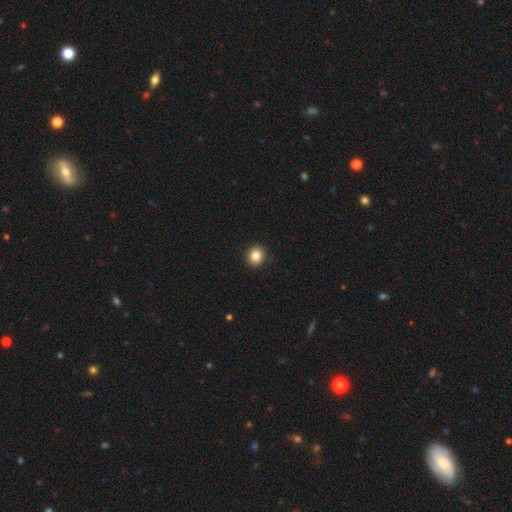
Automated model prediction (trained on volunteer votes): Overall: smooth (85%). How rounded: round (83%). Merging: none (92%).